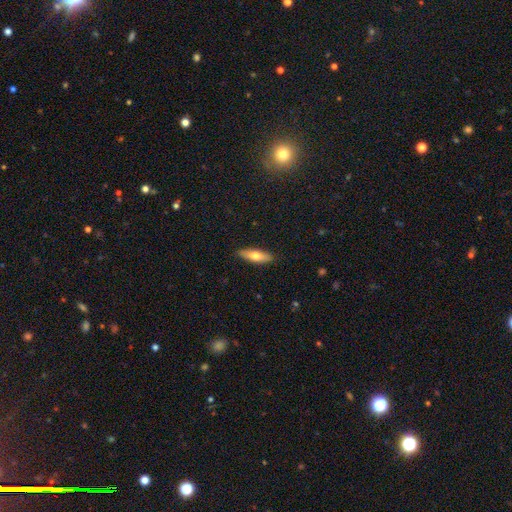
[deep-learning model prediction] Smooth or featured? smooth (63%)
How rounded? cigar-shaped (51%)
Merging? none (89%)